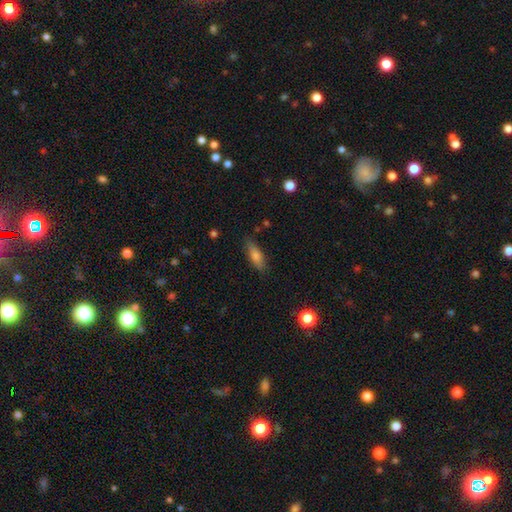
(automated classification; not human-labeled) Smooth or featured? smooth (75%)
How rounded? in between (59%)
Merging? none (81%)